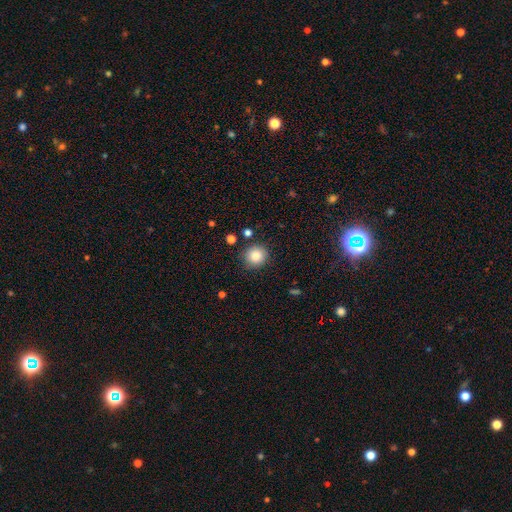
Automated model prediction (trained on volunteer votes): Overall: smooth (85%). How rounded: round (89%). Merging: none (85%).